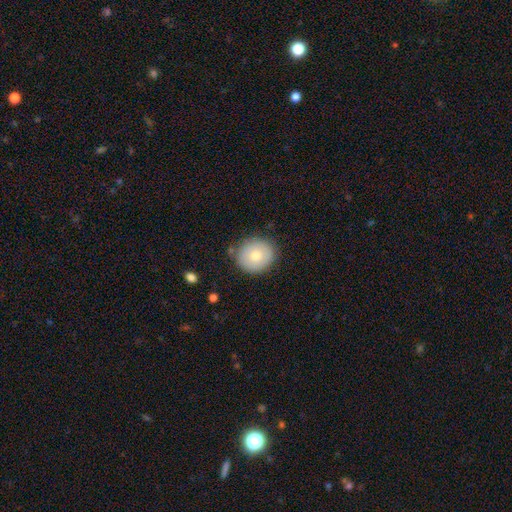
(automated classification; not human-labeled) A smooth galaxy with no disk features (72%) that is round (83%). Merging: none (83%).